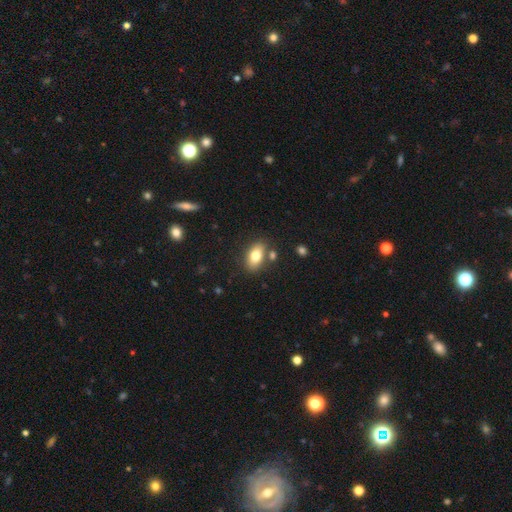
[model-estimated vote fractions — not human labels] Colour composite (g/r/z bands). It shows a smooth galaxy with no disk features (78%) that is in between round and cigar-shaped (89%). Merging: none (75%).